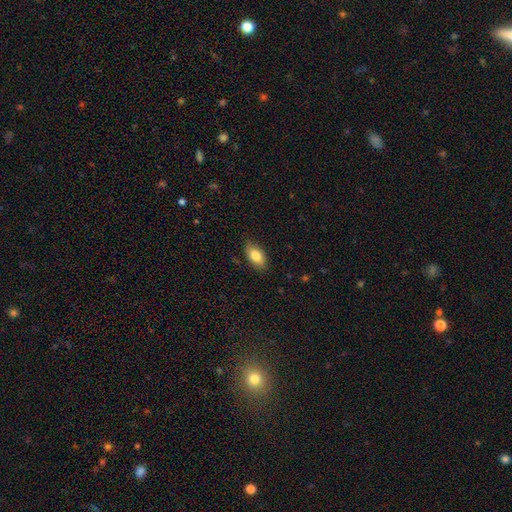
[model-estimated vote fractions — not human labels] smooth 83%, featured or disk 11%, star or artifact 7%. Down the decision tree: how rounded — in between (92%); merging — none (82%).